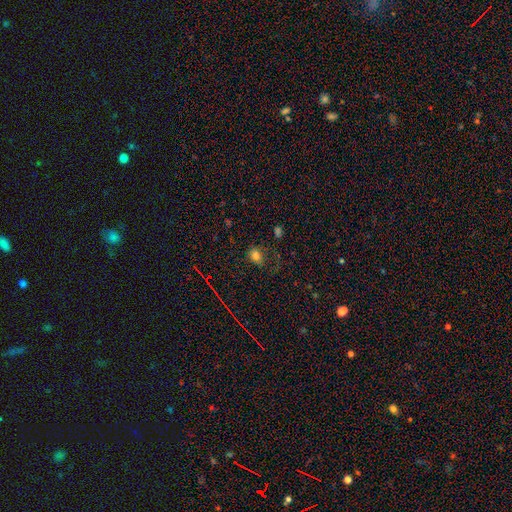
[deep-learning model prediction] smooth 75%, star or artifact 16%, featured or disk 9%. Down the decision tree: how rounded — in between (56%); merging — none (61%).